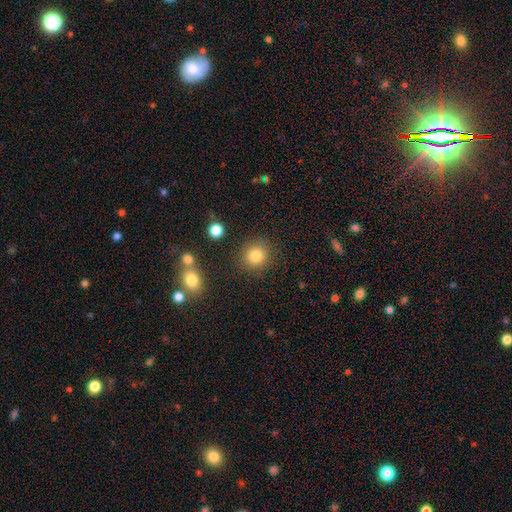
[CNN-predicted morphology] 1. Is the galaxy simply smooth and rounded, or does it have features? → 82% smooth, 12% star or artifact, 6% featured or disk.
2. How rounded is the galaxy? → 86% round, 13% in between, 1% cigar-shaped.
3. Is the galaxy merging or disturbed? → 85% none, 8% minor disturbance, 4% merger, 3% major disturbance.